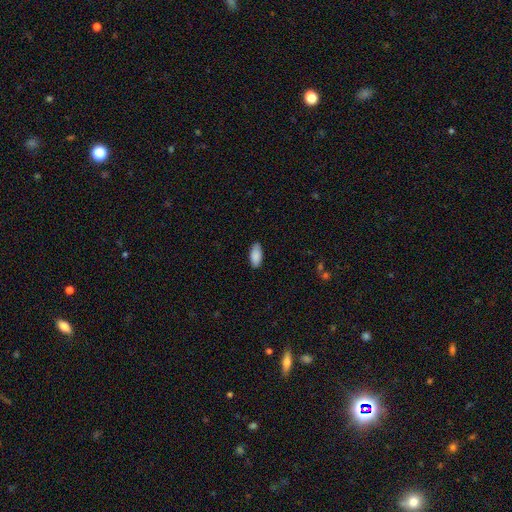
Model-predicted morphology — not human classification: Q: Smooth or featured?
A: smooth (89%); runner-up: star or artifact (6%)
Q: How rounded?
A: in between (91%); runner-up: cigar-shaped (8%)
Q: Merging?
A: none (86%); runner-up: minor disturbance (11%)